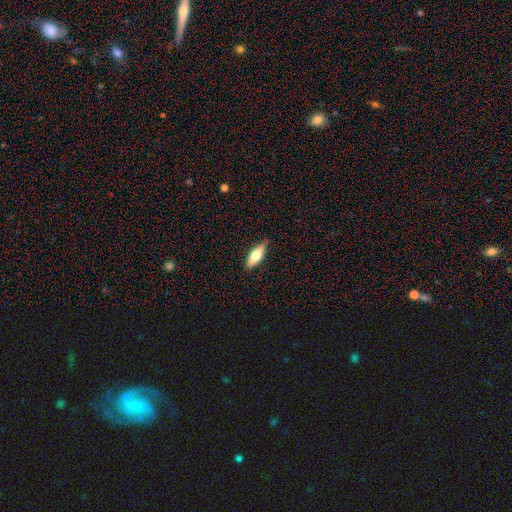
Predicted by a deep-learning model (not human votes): This appears to be a smooth galaxy with no disk features (64%) that is in between round and cigar-shaped (64%). Merging: none (85%).